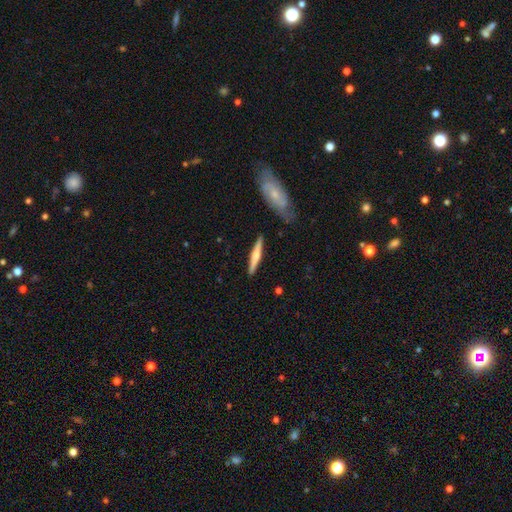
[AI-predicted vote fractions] This appears to be a featured or disk galaxy (55%) viewed edge-on (96%) with a rounded central bulge (81%). Merging: none (87%).